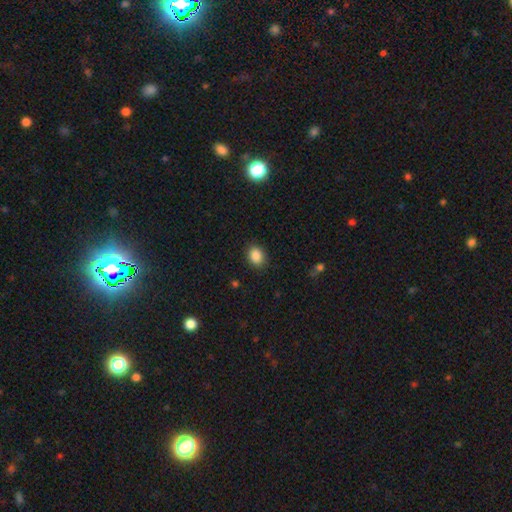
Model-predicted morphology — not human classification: Smooth or featured? Predicted: smooth (p=0.87). How rounded? Predicted: in between (p=0.59). Merging? Predicted: none (p=0.87).